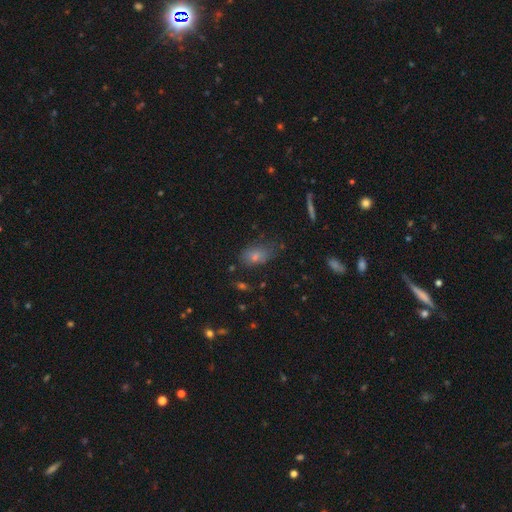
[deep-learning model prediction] Smooth or featured: smooth — 77% (star or artifact — 12%)
How rounded: in between — 88% (round — 9%)
Merging: none — 62% (minor disturbance — 26%)